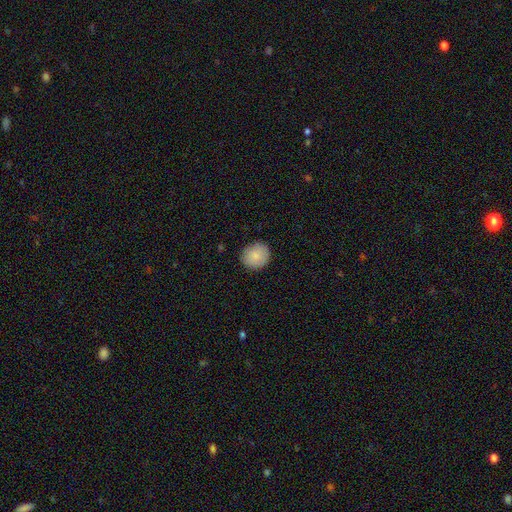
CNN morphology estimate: This is clearly a smooth galaxy (86%). How rounded: clearly round (88%). Merging: clearly none (88%).